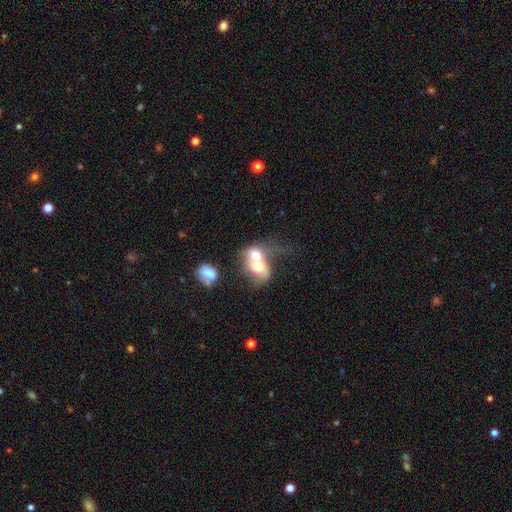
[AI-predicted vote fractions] Smooth or featured: smooth — 58% (featured or disk — 34%)
How rounded: in between — 49% (tied with round — 49%)
Merging: merger — 78% (major disturbance — 9%)